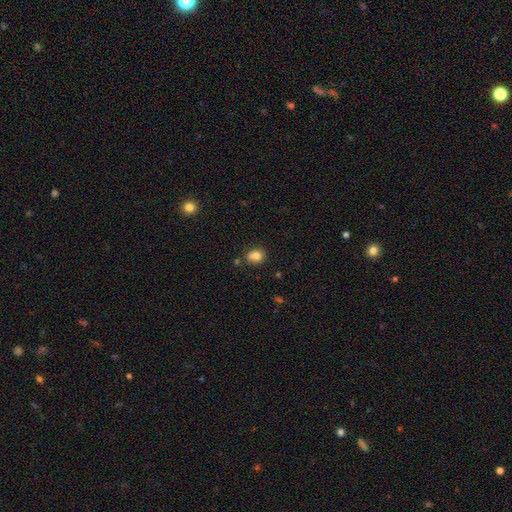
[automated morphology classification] smooth-or-featured: smooth: 80% | star or artifact: 11% | featured or disk: 9%
  how-rounded: round: 64% | in between: 35% | cigar-shaped: 1%
  merging: none: 62% | minor disturbance: 18% | merger: 16% | major disturbance: 4%